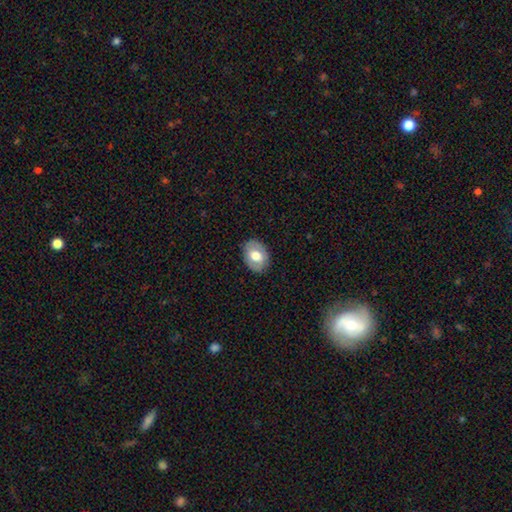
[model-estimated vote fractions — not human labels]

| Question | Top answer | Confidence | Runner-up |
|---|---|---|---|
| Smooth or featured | smooth | 62% | featured or disk (31%) |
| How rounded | in between | 75% | round (24%) |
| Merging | none | 86% | minor disturbance (11%) |